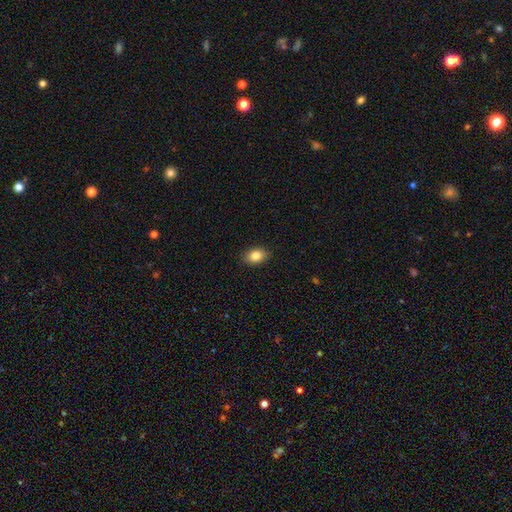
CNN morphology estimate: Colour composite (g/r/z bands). It shows a smooth galaxy with no disk features (85%) that is in between round and cigar-shaped (79%). Merging: none (89%).